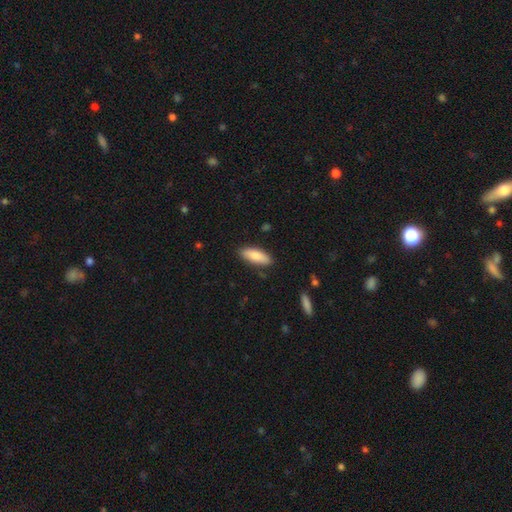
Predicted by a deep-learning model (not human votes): This appears to be a smooth galaxy with no disk features (85%) that is in between round and cigar-shaped (65%). Merging: none (85%).